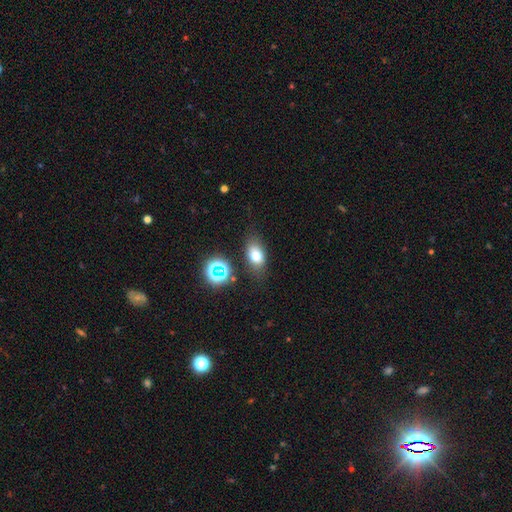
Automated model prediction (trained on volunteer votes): Smooth or featured?
  - smooth: 72% *
  - star or artifact: 14%
  - featured or disk: 14%
How rounded?
  - in between: 81% *
  - round: 16%
  - cigar-shaped: 3%
Merging?
  - none: 76% *
  - minor disturbance: 15%
  - major disturbance: 5%
  - merger: 4%